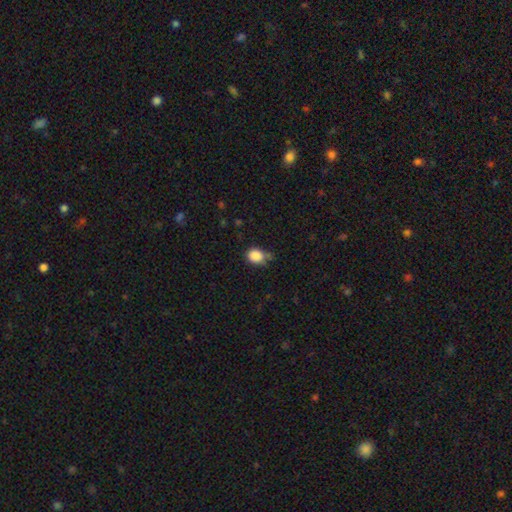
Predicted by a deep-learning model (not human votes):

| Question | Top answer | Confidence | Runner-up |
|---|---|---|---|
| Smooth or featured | smooth | 87% | star or artifact (10%) |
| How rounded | round | 55% | in between (44%) |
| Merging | none | 58% | minor disturbance (29%) |